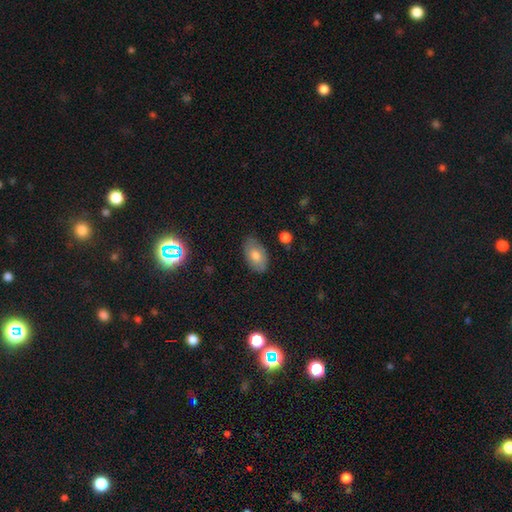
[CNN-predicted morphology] smooth_or_featured: smooth (p=0.71) [alt: featured or disk p=0.19]
how_rounded: in between (p=0.92) [alt: round p=0.06]
merging: none (p=0.79) [alt: minor disturbance p=0.17]